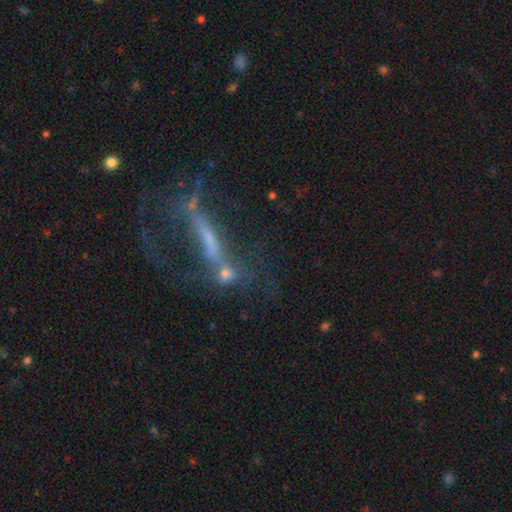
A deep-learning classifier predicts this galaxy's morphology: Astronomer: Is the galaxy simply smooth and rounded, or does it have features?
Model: featured or disk — 60%.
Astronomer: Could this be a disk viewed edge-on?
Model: no — 59% (runner-up: yes, 41%).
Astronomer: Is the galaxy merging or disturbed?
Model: none — 34% (runner-up: major disturbance, 32%).